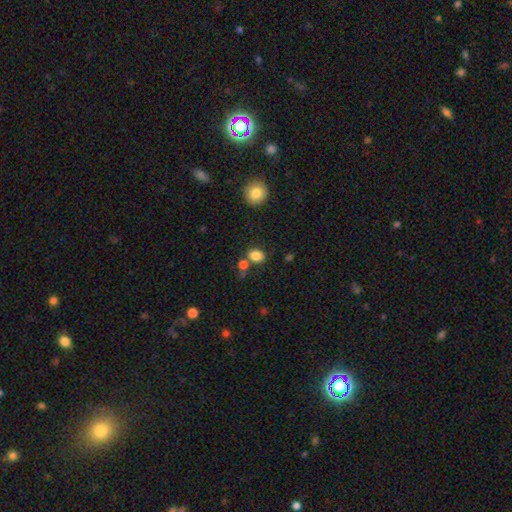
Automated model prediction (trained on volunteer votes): smooth 84%, star or artifact 11%, featured or disk 5%. Down the decision tree: how rounded — in between (64%); merging — none (69%).